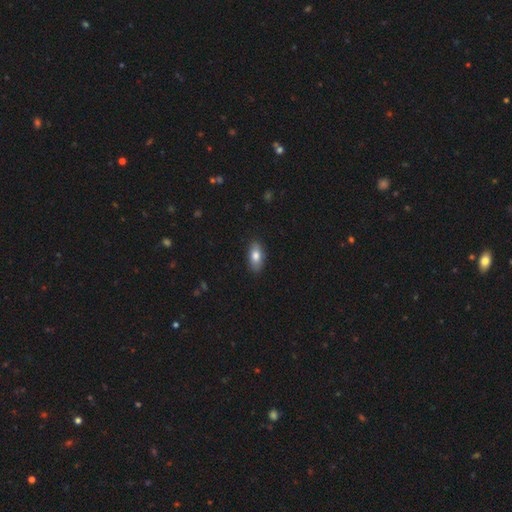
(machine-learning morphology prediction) A smooth galaxy with no disk features (80%) that is in between round and cigar-shaped (90%). Merging: none (87%).